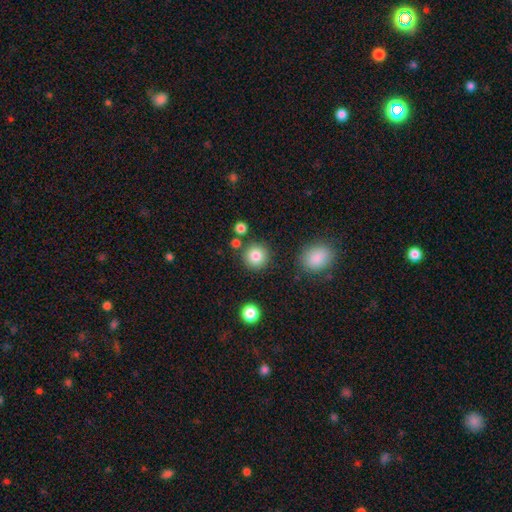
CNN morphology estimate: The model was most divided on "smooth or featured": smooth: 84%, star or artifact: 10%, featured or disk: 6%. More confident: how rounded — round (94%); merging — none (85%).